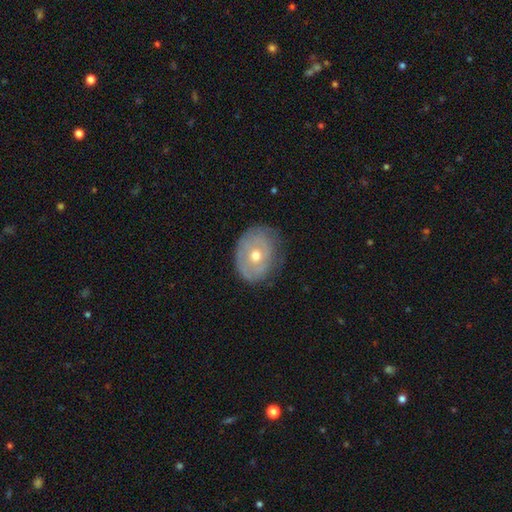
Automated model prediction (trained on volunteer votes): Overall: featured or disk (51%; smooth 42%). Edge-on disk: no (94%). Merging: none (67%).